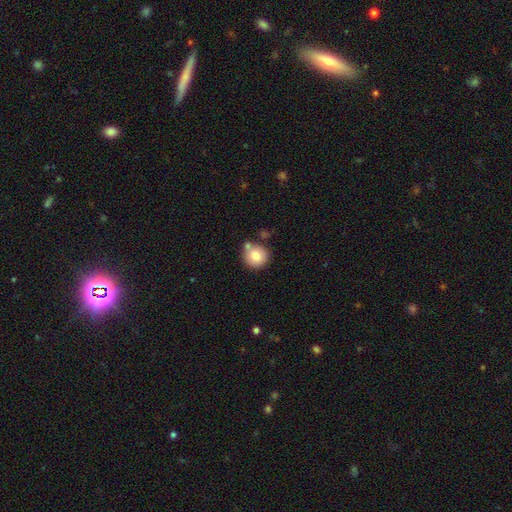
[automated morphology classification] smooth_or_featured: smooth (p=0.80) [alt: featured or disk p=0.11]
how_rounded: round (p=0.92) [alt: in between p=0.07]
merging: none (p=0.67) [alt: merger p=0.17]